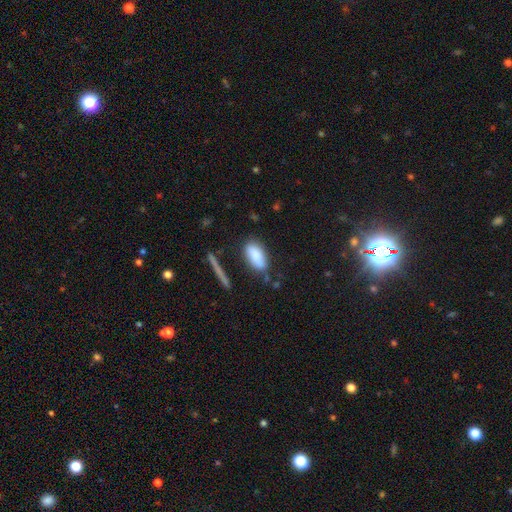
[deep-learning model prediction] Overall: smooth (82%). How rounded: in between (86%). Merging: none (68%).